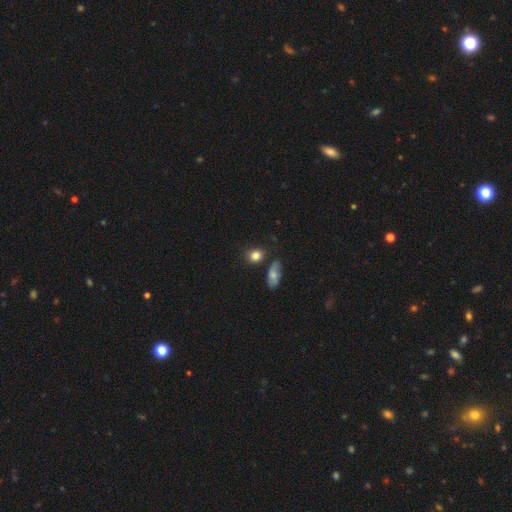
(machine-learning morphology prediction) This appears to be a smooth galaxy with no disk features (83%) that is round (62%). Merging: none (75%).